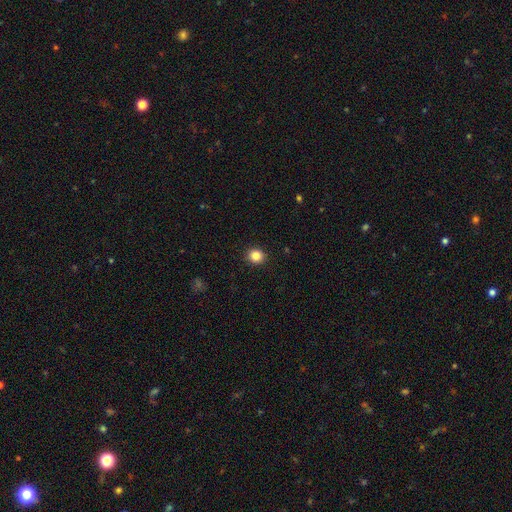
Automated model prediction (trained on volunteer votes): A smooth galaxy with no disk features (85%) that is round (84%). Merging: none (92%).